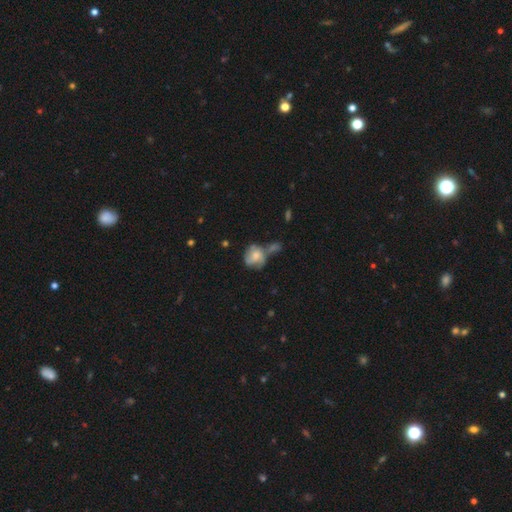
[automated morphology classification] smooth_or_featured: smooth (p=0.48) [alt: featured or disk p=0.43]
merging: none (p=0.36) [alt: merger p=0.29]